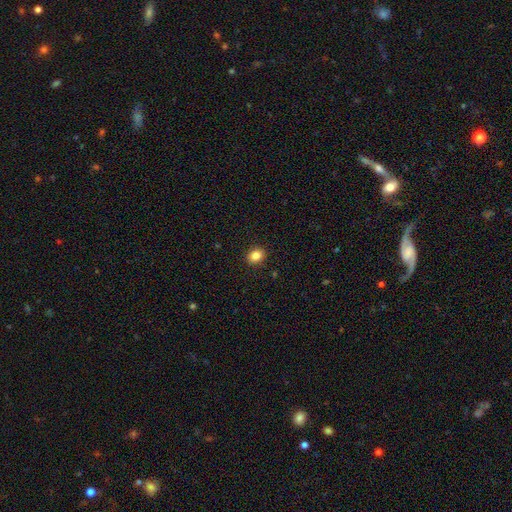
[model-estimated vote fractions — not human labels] Morphology: type=smooth (85%); roundness=in between (52%); merging=none (91%).